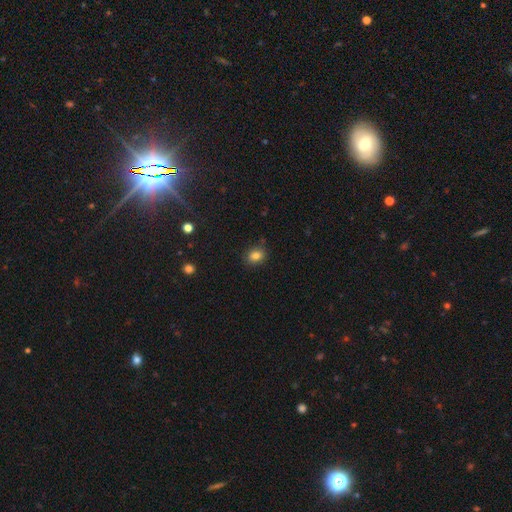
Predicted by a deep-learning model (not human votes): This appears to be a smooth galaxy with no disk features (82%) that is round (54%). Merging: none (84%).